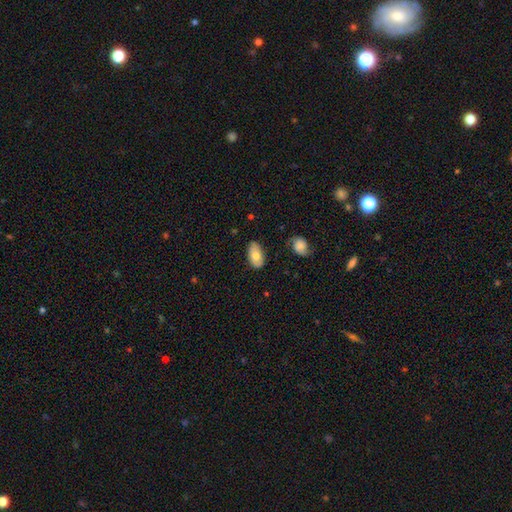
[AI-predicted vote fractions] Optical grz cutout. It shows a smooth galaxy with no disk features (71%) that is in between round and cigar-shaped (94%). Merging: none (74%).